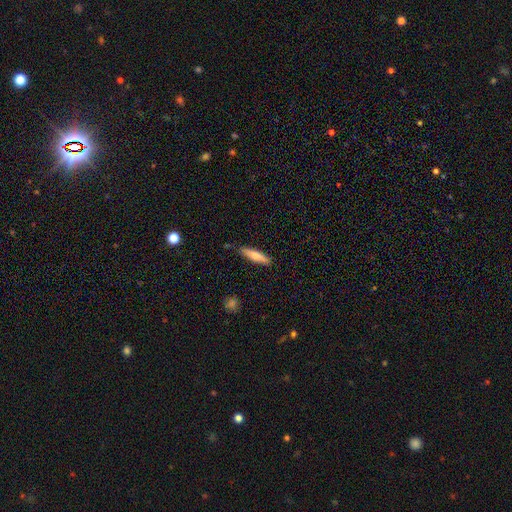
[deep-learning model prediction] smooth_or_featured: smooth (p=0.74) [alt: featured or disk p=0.20]
how_rounded: cigar-shaped (p=0.79) [alt: in between p=0.19]
merging: none (p=0.85) [alt: minor disturbance p=0.11]